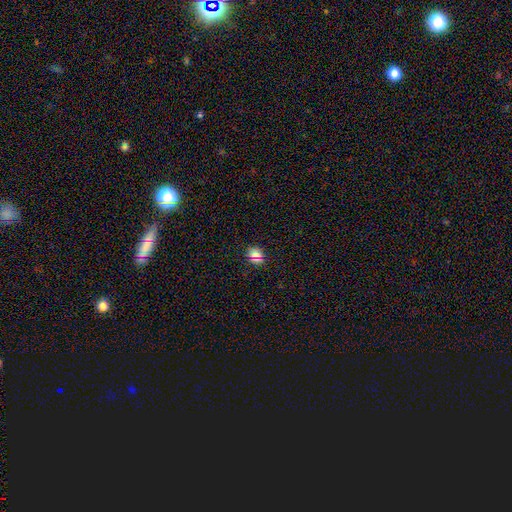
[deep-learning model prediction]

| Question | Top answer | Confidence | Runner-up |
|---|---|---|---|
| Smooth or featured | smooth | 64% | star or artifact (27%) |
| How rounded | round | 70% | in between (28%) |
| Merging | none | 87% | minor disturbance (8%) |